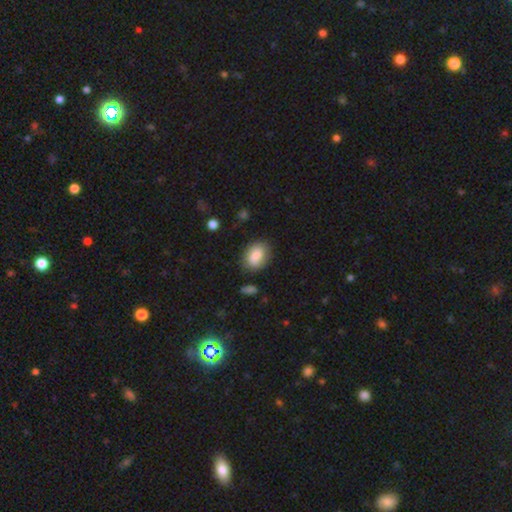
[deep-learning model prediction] Morphology: type=smooth (83%); roundness=in between (78%); merging=none (76%).